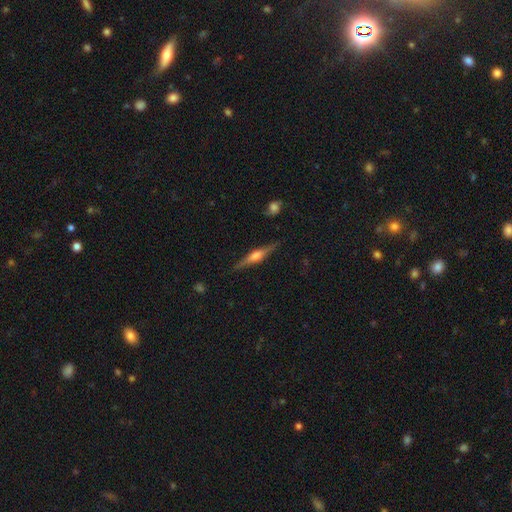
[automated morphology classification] A featured or disk galaxy (73%) viewed edge-on (97%) with a rounded central bulge (84%).

Vote fractions:
- Smooth or featured? featured or disk: 73% / smooth: 21% / star or artifact: 6%
- Edge-on disk? yes: 97% / no: 3%
- Edge-on bulge? rounded: 84% / boxy: 13% / none: 4%
- Merging? none: 88% / minor disturbance: 9% / major disturbance: 2% / merger: 1%